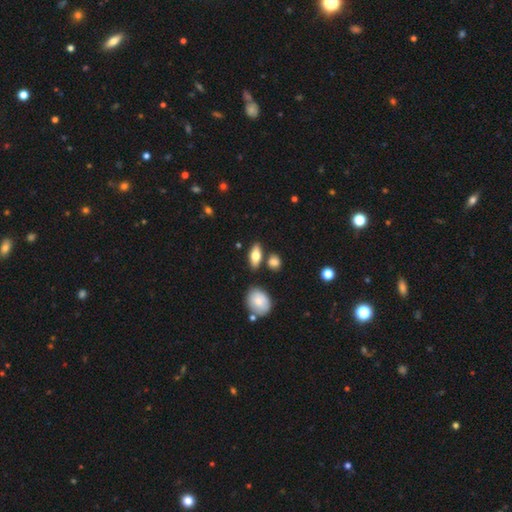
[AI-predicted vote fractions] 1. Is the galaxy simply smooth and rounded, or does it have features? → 69% smooth, 23% featured or disk, 7% star or artifact.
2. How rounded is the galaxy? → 80% in between, 15% cigar-shaped, 5% round.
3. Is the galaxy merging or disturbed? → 78% none, 11% minor disturbance, 8% merger, 3% major disturbance.